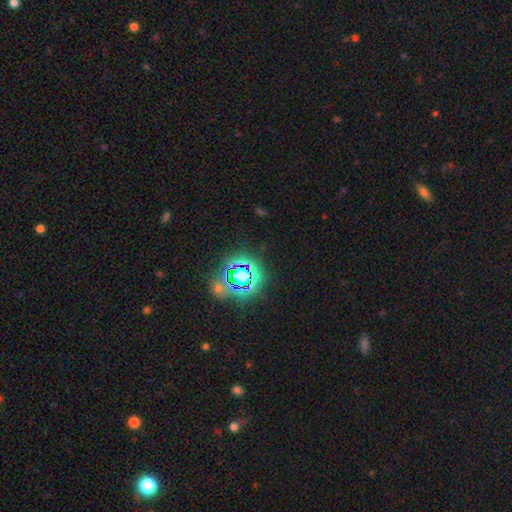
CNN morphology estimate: A star or artifact, not a galaxy (76%).